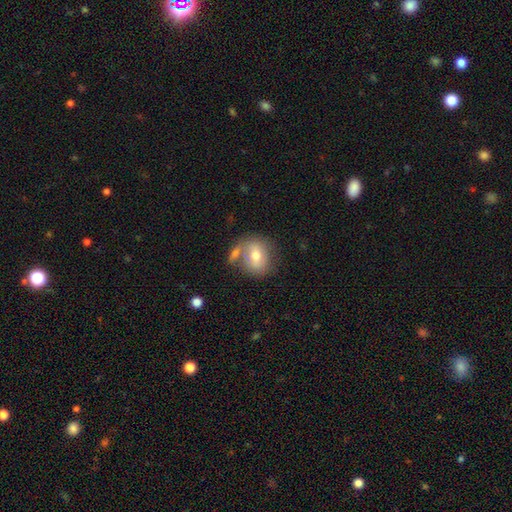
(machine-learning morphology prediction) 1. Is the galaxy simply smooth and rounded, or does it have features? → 63% smooth, 29% featured or disk, 8% star or artifact.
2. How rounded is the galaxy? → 63% round, 35% in between, 1% cigar-shaped.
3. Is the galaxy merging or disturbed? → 50% none, 25% merger, 17% minor disturbance, 7% major disturbance.